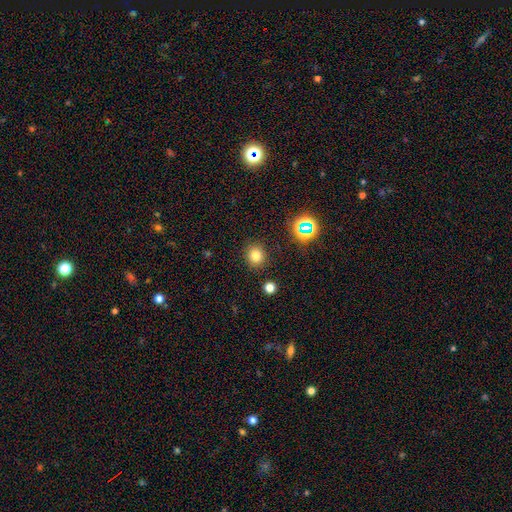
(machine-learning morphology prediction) A smooth galaxy with no disk features (76%) that is round (82%).

Vote fractions:
- Smooth or featured? smooth: 76% / star or artifact: 17% / featured or disk: 7%
- How rounded? round: 82% / in between: 17% / cigar-shaped: 1%
- Merging? none: 87% / minor disturbance: 8% / major disturbance: 3% / merger: 2%